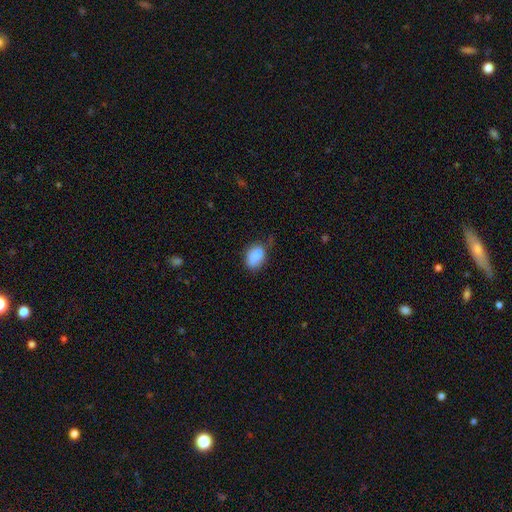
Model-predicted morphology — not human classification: smooth 84%, star or artifact 9%, featured or disk 7%. Down the decision tree: how rounded — in between (81%); merging — none (50%).